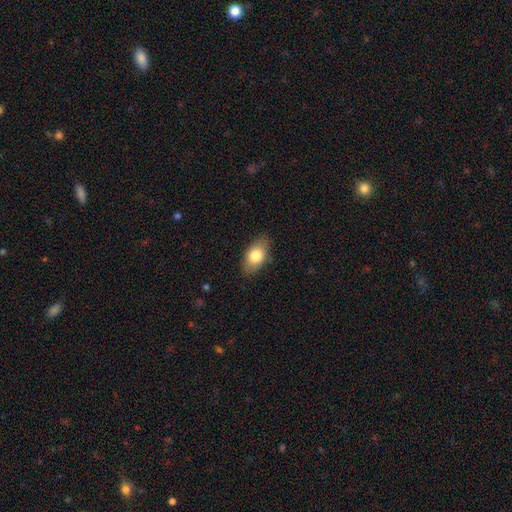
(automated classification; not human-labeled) A smooth galaxy with no disk features (79%) that is in between round and cigar-shaped (91%). Merging: none (83%).